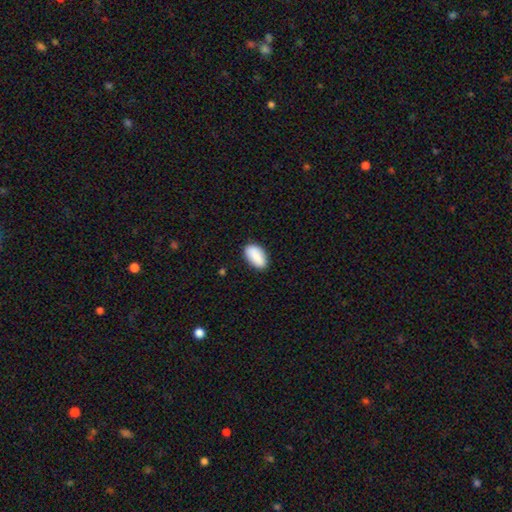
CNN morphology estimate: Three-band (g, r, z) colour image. It shows a smooth galaxy with no disk features (87%) that is in between round and cigar-shaped (93%). Merging: none (83%).